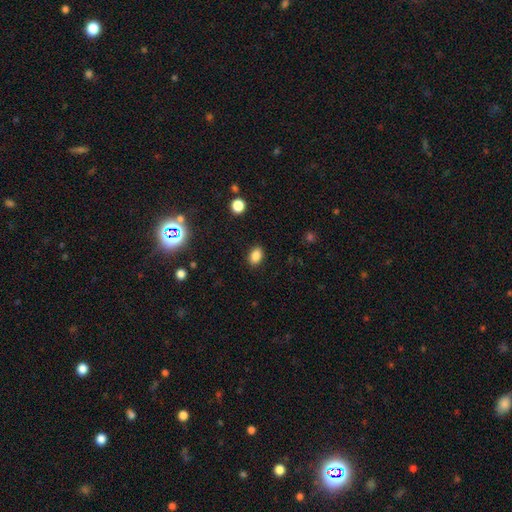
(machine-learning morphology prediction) The model was most divided on "how rounded": in between: 80%, round: 18%, cigar-shaped: 1%. More confident: merging — none (88%); smooth or featured — smooth (86%).